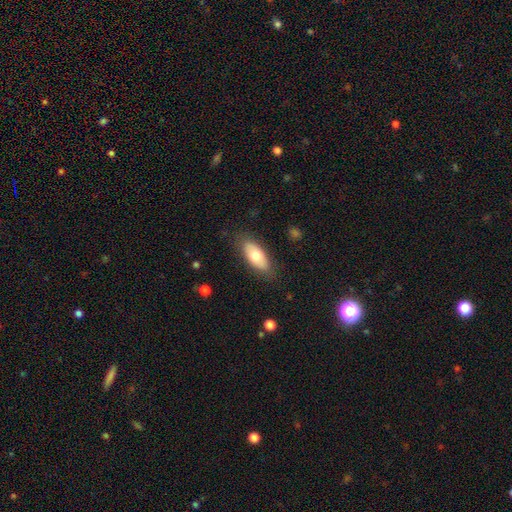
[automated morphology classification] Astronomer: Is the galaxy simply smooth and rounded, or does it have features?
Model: smooth — 72%.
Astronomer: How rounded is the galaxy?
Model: in between — 85%.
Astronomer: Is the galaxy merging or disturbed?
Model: none — 83%.